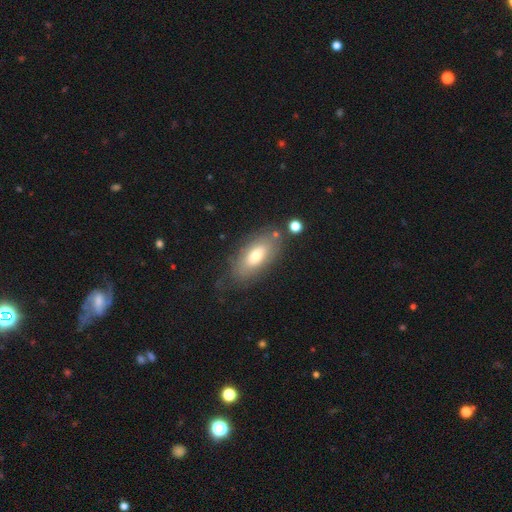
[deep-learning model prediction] Smooth or featured: smooth — 64% (featured or disk — 28%)
How rounded: in between — 88% (cigar-shaped — 9%)
Merging: none — 71% (minor disturbance — 18%)